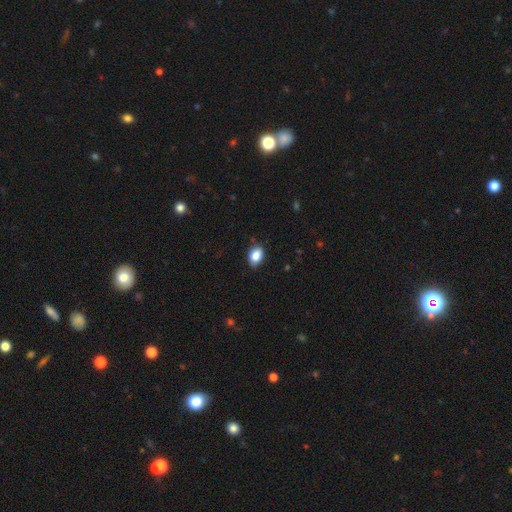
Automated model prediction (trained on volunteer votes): Q: Smooth or featured?
A: smooth (86%); runner-up: star or artifact (8%)
Q: How rounded?
A: in between (81%); runner-up: round (17%)
Q: Merging?
A: none (79%); runner-up: minor disturbance (17%)